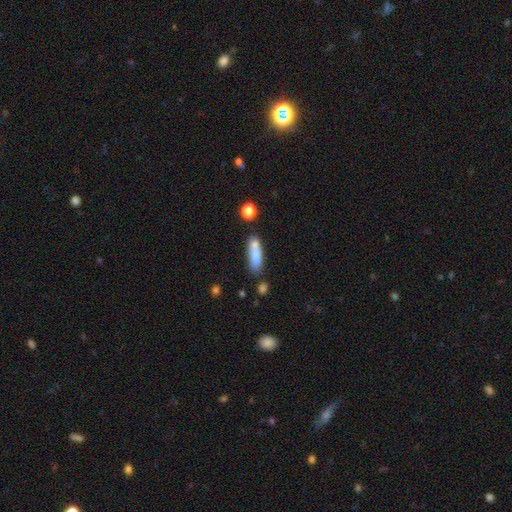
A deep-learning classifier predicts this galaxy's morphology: Smooth or featured?
  - smooth: 80% *
  - featured or disk: 13%
  - star or artifact: 7%
How rounded?
  - cigar-shaped: 62% *
  - in between: 36%
  - round: 2%
Merging?
  - none: 60% *
  - minor disturbance: 19%
  - merger: 16%
  - major disturbance: 5%